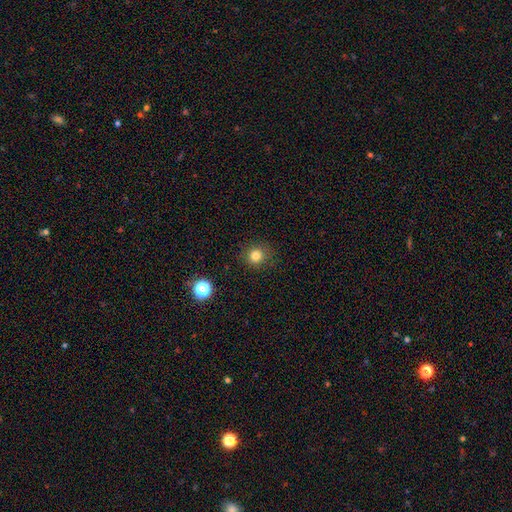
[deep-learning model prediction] Smooth or featured? Predicted: smooth (p=0.80). How rounded? Predicted: round (p=0.91). Merging? Predicted: none (p=0.87).